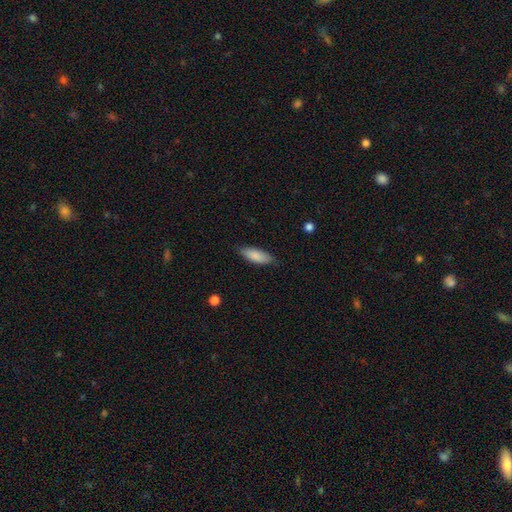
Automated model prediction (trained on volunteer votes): A smooth galaxy with no disk features (85%) that is in between round and cigar-shaped (64%). Merging: none (81%).